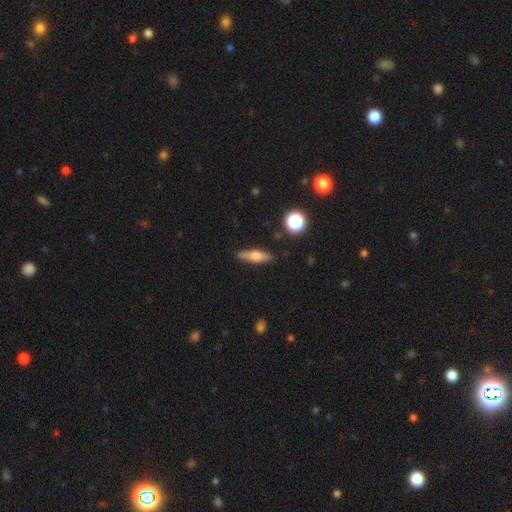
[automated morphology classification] Smooth or featured?
  - smooth: 53% *
  - featured or disk: 39%
  - star or artifact: 8%
How rounded?
  - cigar-shaped: 60% *
  - in between: 35%
  - round: 5%
Merging?
  - none: 85% *
  - minor disturbance: 11%
  - major disturbance: 2%
  - merger: 2%